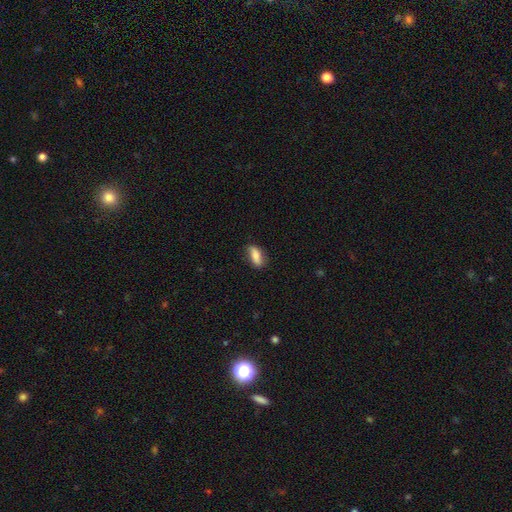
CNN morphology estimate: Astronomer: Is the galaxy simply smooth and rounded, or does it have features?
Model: smooth — 81%.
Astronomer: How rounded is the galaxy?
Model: in between — 76%.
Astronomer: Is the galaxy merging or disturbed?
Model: none — 72%.